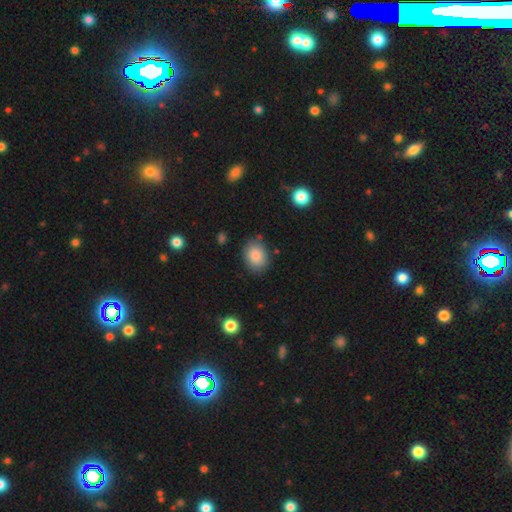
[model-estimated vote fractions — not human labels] Overall: smooth (86%). How rounded: in between (66%; round 33%). Merging: none (81%).